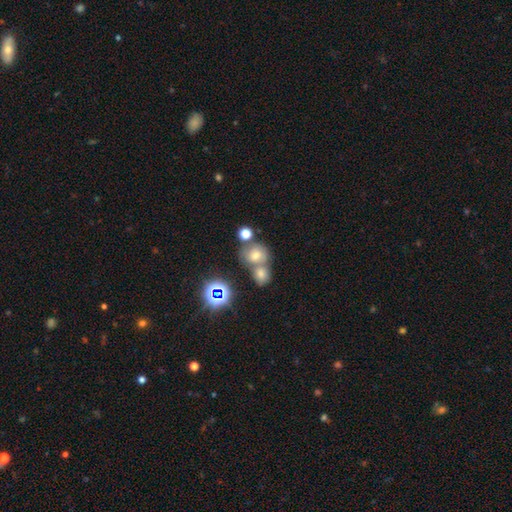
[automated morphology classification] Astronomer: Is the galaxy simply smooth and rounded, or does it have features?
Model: smooth — 57%.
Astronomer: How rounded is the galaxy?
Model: round — 68%.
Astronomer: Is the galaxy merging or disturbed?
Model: merger — 47% (runner-up: none, 40%).